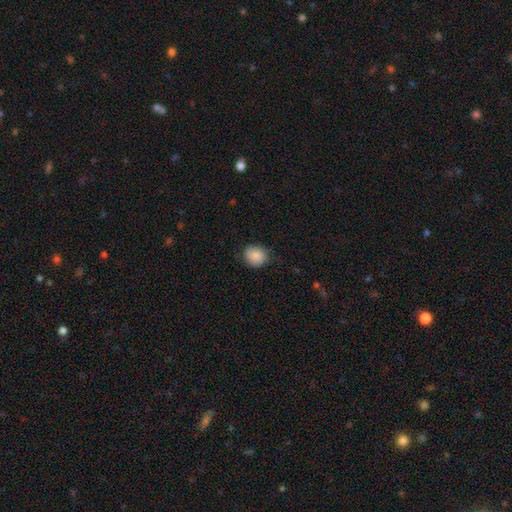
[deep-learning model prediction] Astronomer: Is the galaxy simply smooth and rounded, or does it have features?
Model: smooth — 87%.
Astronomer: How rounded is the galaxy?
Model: round — 77%.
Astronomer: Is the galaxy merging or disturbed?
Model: none — 80%.